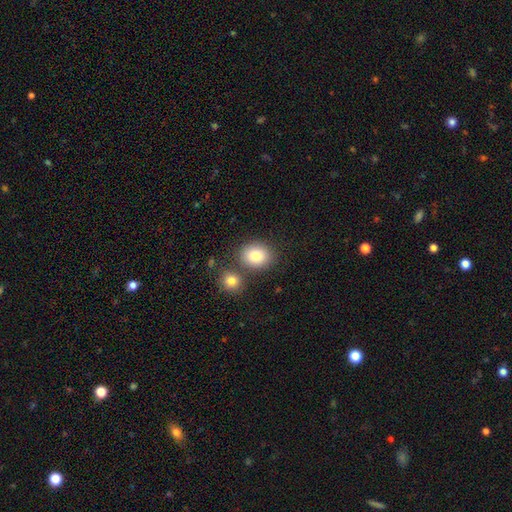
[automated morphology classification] This is clearly a smooth galaxy (82%). How rounded: likely round (65%). Merging: likely none (72%).